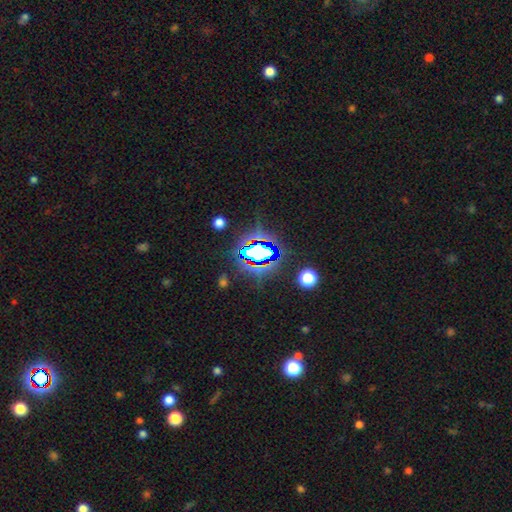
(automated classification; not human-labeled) star or artifact 70%, smooth 17%, featured or disk 13%.